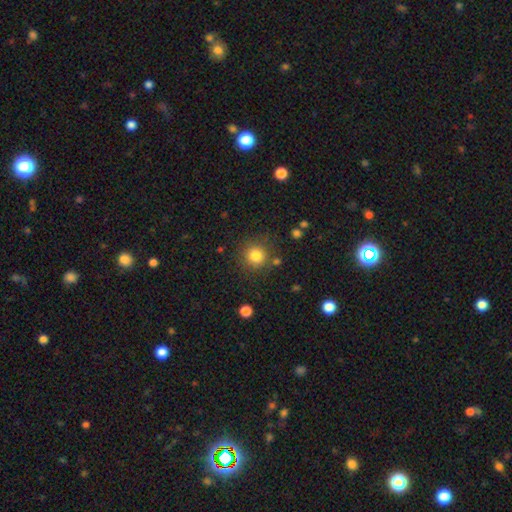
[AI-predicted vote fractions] smooth-or-featured: smooth: 82% | star or artifact: 12% | featured or disk: 6%
  how-rounded: round: 93% | in between: 6% | cigar-shaped: 1%
  merging: none: 84% | minor disturbance: 8% | merger: 4% | major disturbance: 4%